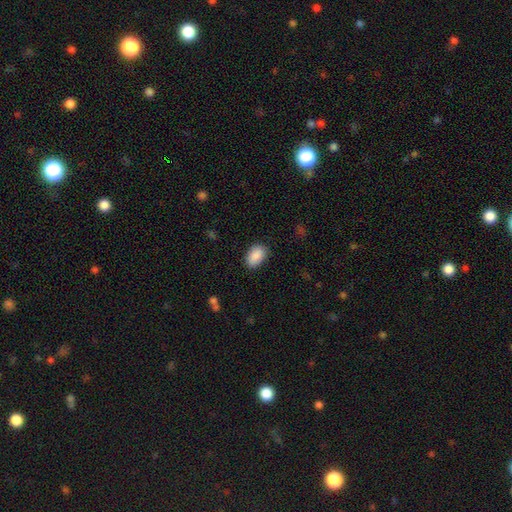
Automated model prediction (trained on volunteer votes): Smooth or featured? Predicted: smooth (p=0.89). How rounded? Predicted: in between (p=0.91). Merging? Predicted: none (p=0.84).